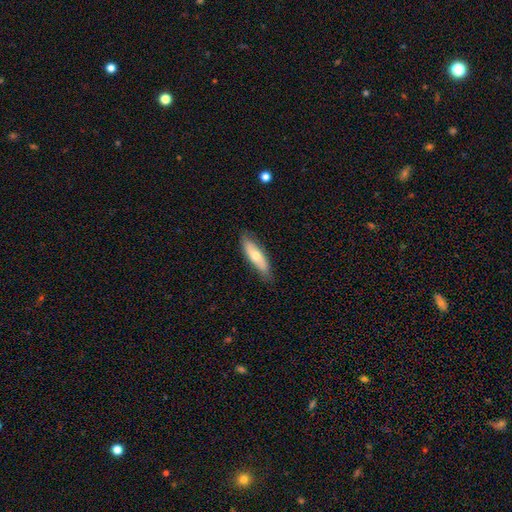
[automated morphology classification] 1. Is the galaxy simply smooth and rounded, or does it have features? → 60% smooth, 35% featured or disk, 6% star or artifact.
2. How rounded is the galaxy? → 51% cigar-shaped, 47% in between, 2% round.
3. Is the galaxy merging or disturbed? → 81% none, 16% minor disturbance, 3% major disturbance, 1% merger.